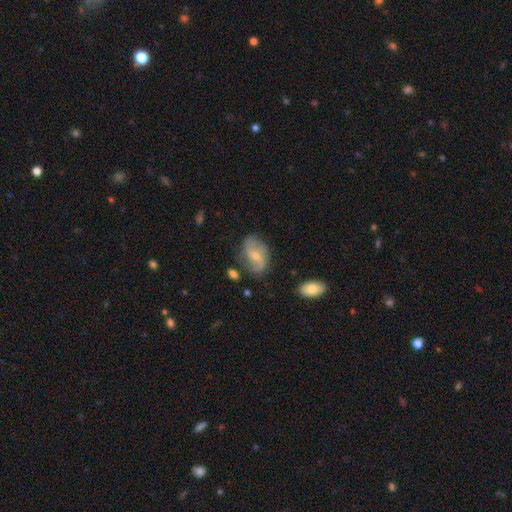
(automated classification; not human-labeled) Q: Smooth or featured?
A: featured or disk (62%); runner-up: smooth (30%)
Q: Edge-on disk?
A: no (96%); runner-up: yes (4%)
Q: Bar?
A: no (47%); runner-up: weak (40%)
Q: Spiral arms?
A: yes (85%); runner-up: no (15%)
Q: Spiral winding?
A: loose (53%); runner-up: medium (34%)
Q: Spiral arm count?
A: 2 (80%); runner-up: can't tell (11%)
Q: Bulge size?
A: small (63%); runner-up: moderate (32%)
Q: Merging?
A: none (62%); runner-up: minor disturbance (24%)